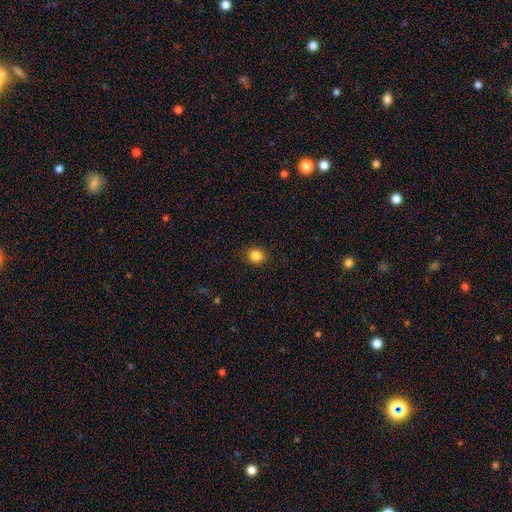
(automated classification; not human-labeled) smooth-or-featured: smooth: 85% | star or artifact: 11% | featured or disk: 4%
  how-rounded: round: 80% | in between: 19% | cigar-shaped: 1%
  merging: none: 90% | minor disturbance: 7% | major disturbance: 2% | merger: 1%